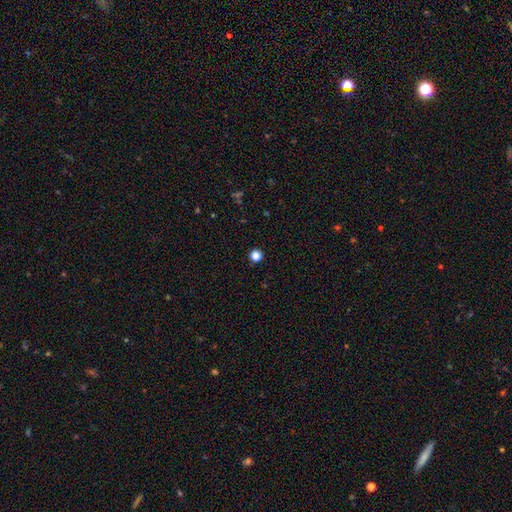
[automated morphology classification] This is clearly a smooth galaxy (83%). How rounded: clearly round (95%). Merging: clearly none (93%).